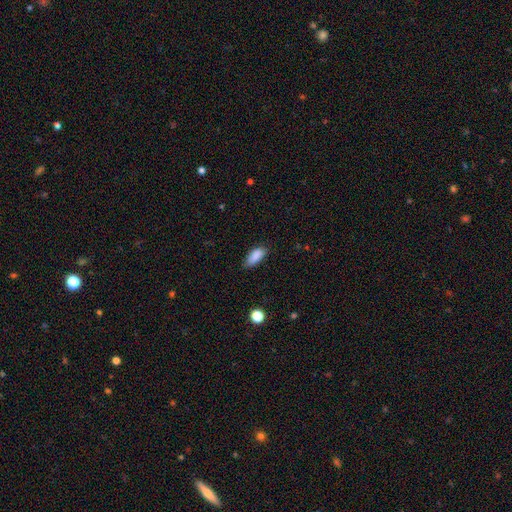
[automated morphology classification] Q: Smooth or featured?
A: smooth (88%); runner-up: star or artifact (8%)
Q: How rounded?
A: in between (83%); runner-up: cigar-shaped (14%)
Q: Merging?
A: none (73%); runner-up: minor disturbance (22%)